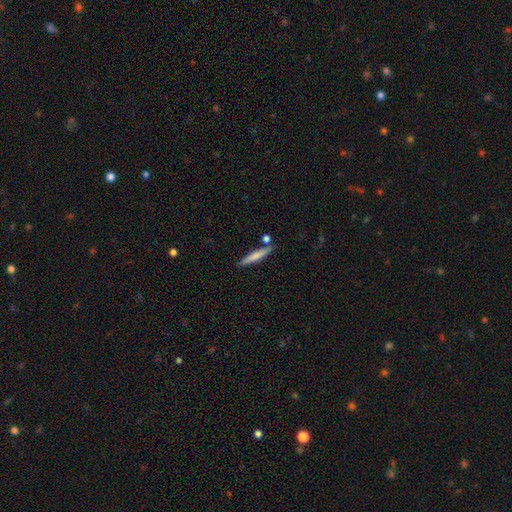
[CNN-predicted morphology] Overall: smooth (69%). How rounded: cigar-shaped (93%). Merging: none (80%).